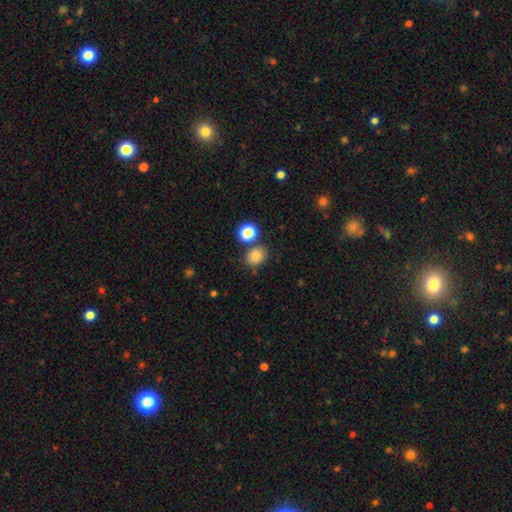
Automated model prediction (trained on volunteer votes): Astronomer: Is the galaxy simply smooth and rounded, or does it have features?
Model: smooth — 80%.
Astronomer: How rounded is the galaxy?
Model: round — 61% (runner-up: in between, 38%).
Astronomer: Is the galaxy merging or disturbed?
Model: none — 74%.